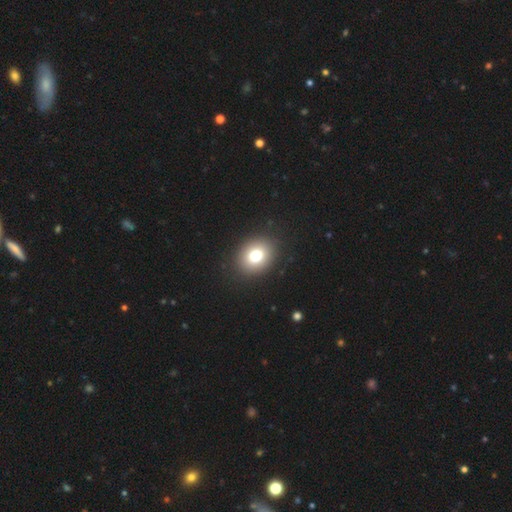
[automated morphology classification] Smooth or featured?
  - smooth: 77% *
  - featured or disk: 12%
  - star or artifact: 11%
How rounded?
  - round: 56% *
  - in between: 43%
  - cigar-shaped: 1%
Merging?
  - none: 90% *
  - minor disturbance: 6%
  - major disturbance: 3%
  - merger: 1%